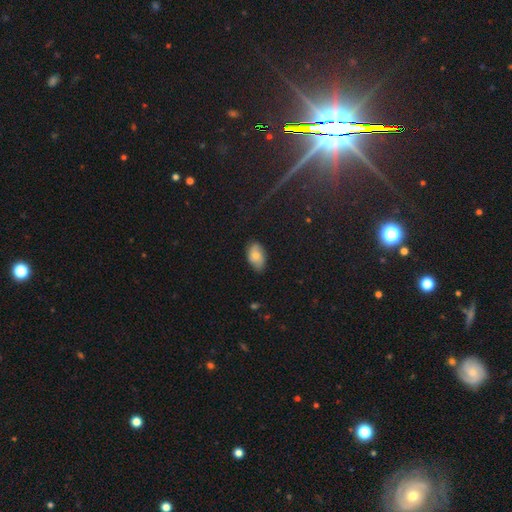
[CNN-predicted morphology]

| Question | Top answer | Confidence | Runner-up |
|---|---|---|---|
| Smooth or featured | smooth | 72% | featured or disk (20%) |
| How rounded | in between | 92% | round (6%) |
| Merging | none | 72% | minor disturbance (23%) |